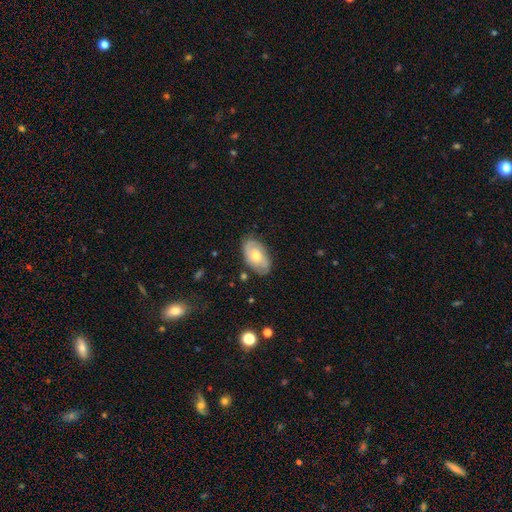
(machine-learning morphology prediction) Q: Smooth or featured?
A: featured or disk (54%); runner-up: smooth (40%)
Q: Edge-on disk?
A: no (93%); runner-up: yes (7%)
Q: Merging?
A: none (76%); runner-up: minor disturbance (18%)